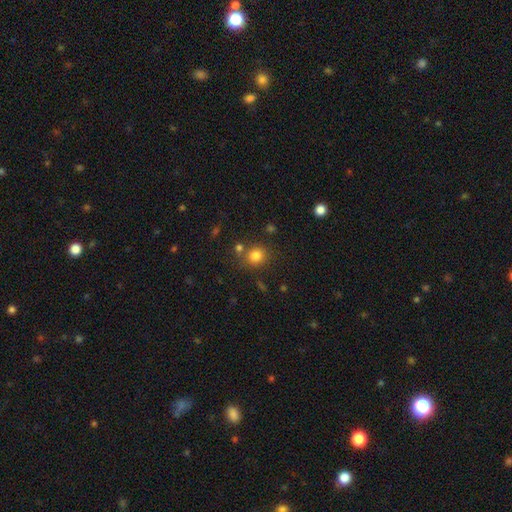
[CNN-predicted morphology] type=smooth (80%); roundness=round (79%); merging=none (74%).